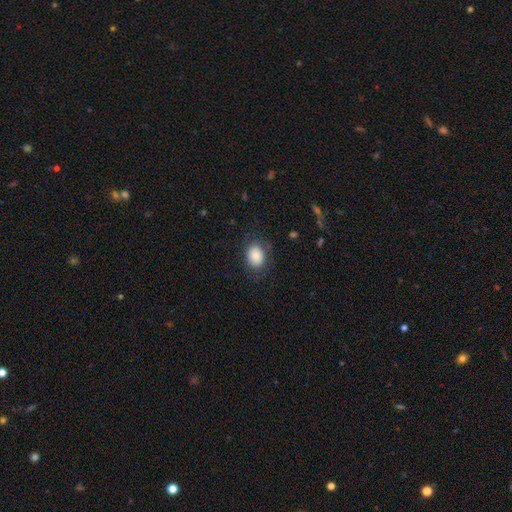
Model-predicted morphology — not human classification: Q: Smooth or featured?
A: smooth (86%); runner-up: star or artifact (8%)
Q: How rounded?
A: in between (66%); runner-up: round (34%)
Q: Merging?
A: none (78%); runner-up: minor disturbance (15%)